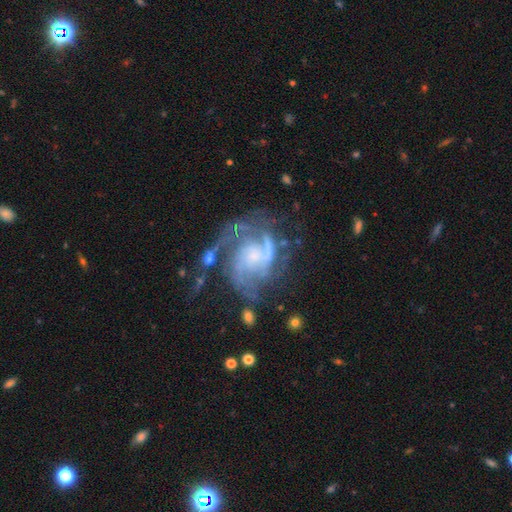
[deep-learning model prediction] Overall: featured or disk (88%). Edge-on disk: no (98%). Bar: no (65%; weak 28%). Spiral arms: yes (96%). Spiral arm count: 2 (34%; 3 24%). Spiral winding: medium (46%; tight 39%). Bulge size: small (46%; moderate 27%). Merging: none (49%; major disturbance 26%).